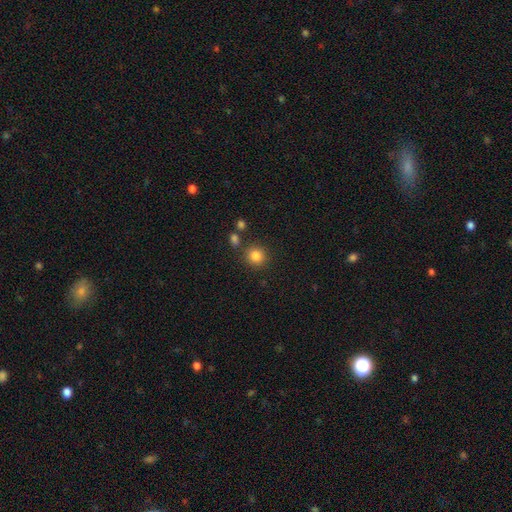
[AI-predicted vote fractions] Smooth or featured: smooth — 83% (star or artifact — 11%)
How rounded: round — 90% (in between — 10%)
Merging: none — 82% (minor disturbance — 8%)